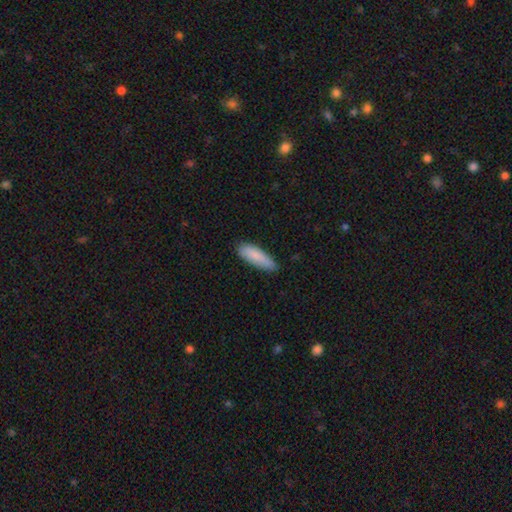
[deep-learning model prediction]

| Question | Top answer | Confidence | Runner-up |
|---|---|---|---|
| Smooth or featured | smooth | 87% | featured or disk (8%) |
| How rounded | cigar-shaped | 50% | in between (48%) |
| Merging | none | 78% | minor disturbance (19%) |